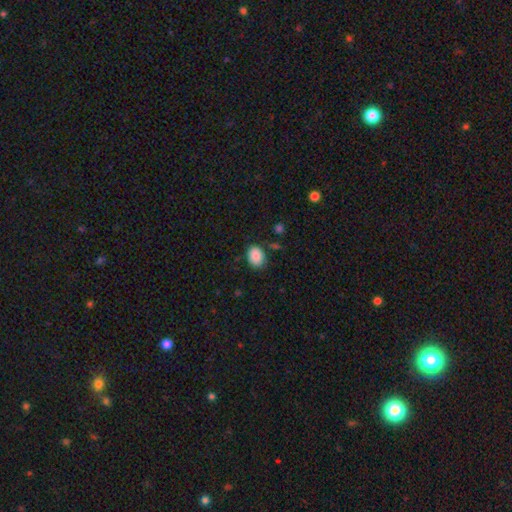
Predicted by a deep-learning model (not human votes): A smooth galaxy with no disk features (87%) that is in between round and cigar-shaped (62%).

Vote fractions:
- Smooth or featured? smooth: 87% / star or artifact: 8% / featured or disk: 5%
- How rounded? in between: 62% / round: 38% / cigar-shaped: 1%
- Merging? none: 80% / minor disturbance: 14% / major disturbance: 3% / merger: 3%